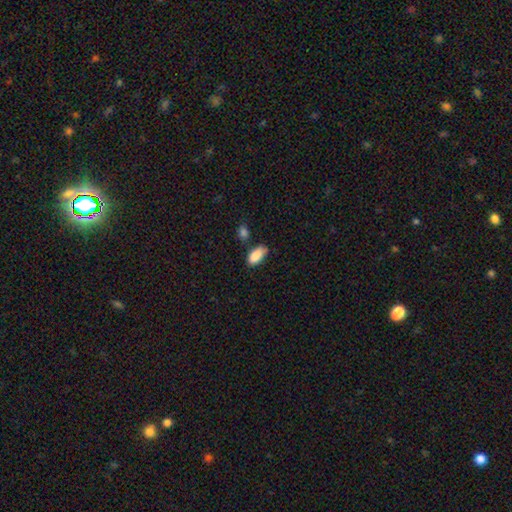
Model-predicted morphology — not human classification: A smooth galaxy with no disk features (88%) that is in between round and cigar-shaped (91%). Merging: none (62%).